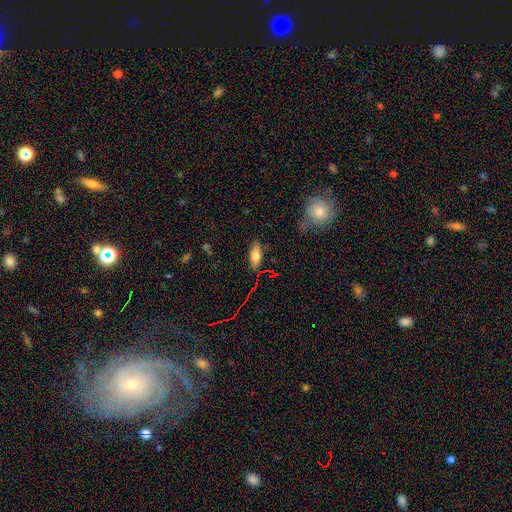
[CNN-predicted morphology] This appears to be a smooth galaxy with no disk features (67%) that is in between round and cigar-shaped (73%). Merging: none (81%).